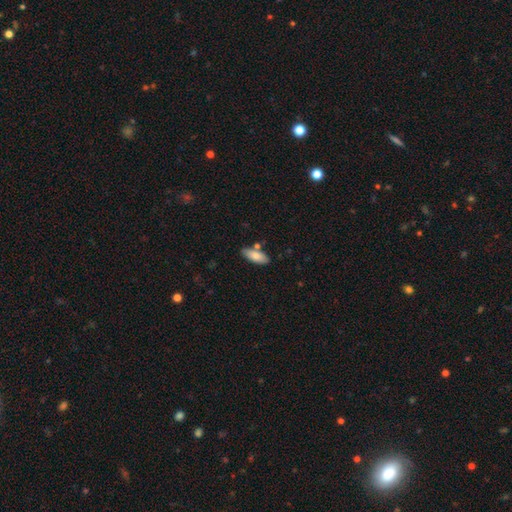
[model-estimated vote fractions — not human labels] Q: Smooth or featured?
A: smooth (79%); runner-up: featured or disk (15%)
Q: How rounded?
A: in between (80%); runner-up: cigar-shaped (18%)
Q: Merging?
A: none (77%); runner-up: minor disturbance (13%)